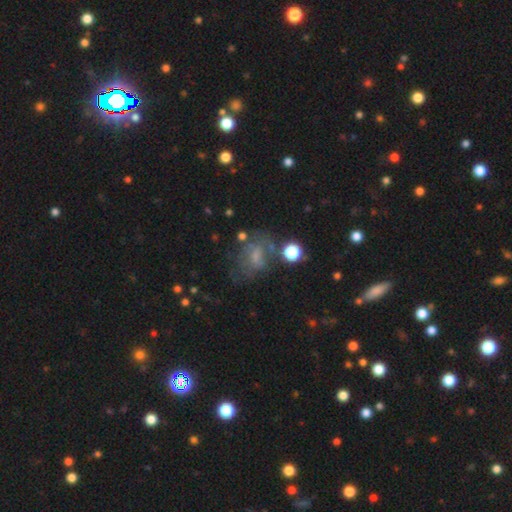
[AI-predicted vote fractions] A smooth galaxy with no disk features (42%).

Vote fractions:
- Smooth or featured? smooth: 42% / featured or disk: 40% / star or artifact: 18%
- Merging? none: 46% / minor disturbance: 24% / major disturbance: 23% / merger: 8%